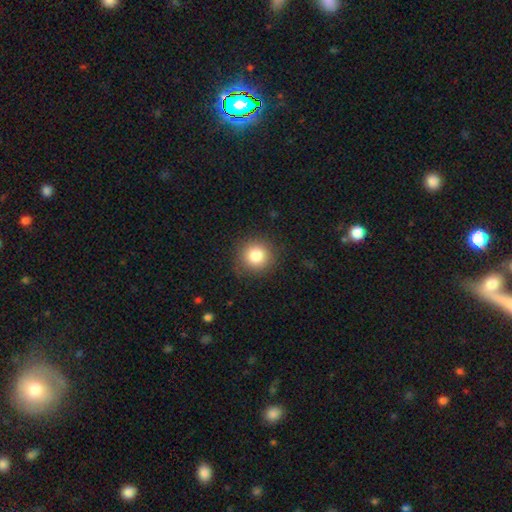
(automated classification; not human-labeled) Smooth or featured?
  - smooth: 84% *
  - star or artifact: 11%
  - featured or disk: 6%
How rounded?
  - round: 94% *
  - in between: 5%
  - cigar-shaped: 1%
Merging?
  - none: 89% *
  - minor disturbance: 7%
  - major disturbance: 3%
  - merger: 1%